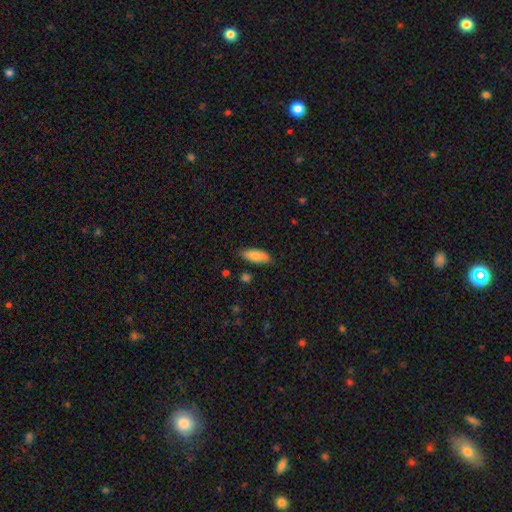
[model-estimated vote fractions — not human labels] Smooth or featured: smooth — 80% (featured or disk — 14%)
How rounded: in between — 78% (cigar-shaped — 20%)
Merging: none — 80% (minor disturbance — 16%)